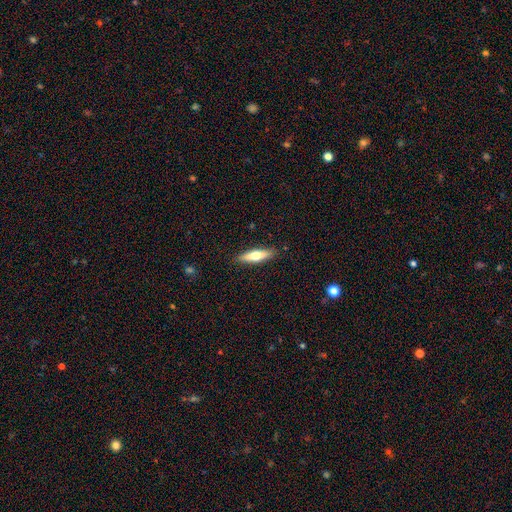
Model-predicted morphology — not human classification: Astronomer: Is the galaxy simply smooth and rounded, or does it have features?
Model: smooth — 57% (runner-up: featured or disk, 38%).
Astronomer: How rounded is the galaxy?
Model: cigar-shaped — 70%.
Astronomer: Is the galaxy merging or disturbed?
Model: none — 89%.